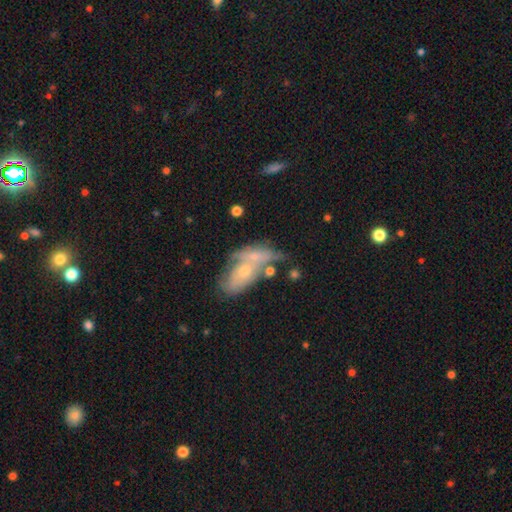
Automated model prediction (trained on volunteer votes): A smooth galaxy with no disk features (47%).

Vote fractions:
- Smooth or featured? smooth: 47% / featured or disk: 46% / star or artifact: 8%
- Merging? merger: 40% / none: 29% / minor disturbance: 18% / major disturbance: 12%